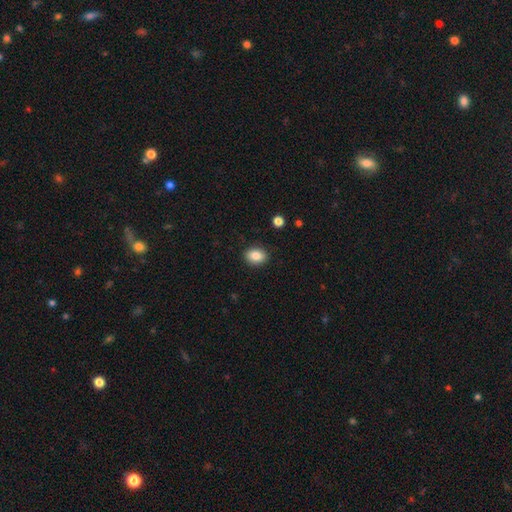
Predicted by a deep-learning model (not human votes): Smooth or featured? smooth (85%)
How rounded? in between (65%)
Merging? none (89%)